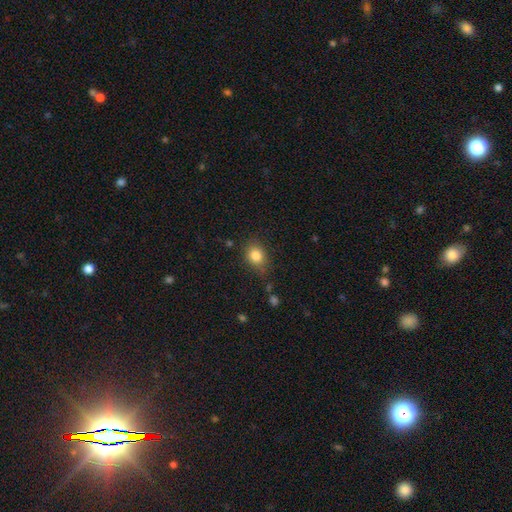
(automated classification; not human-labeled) Q: Smooth or featured?
A: smooth (84%); runner-up: star or artifact (10%)
Q: How rounded?
A: in between (49%); tied with: round (49%)
Q: Merging?
A: none (75%); runner-up: minor disturbance (18%)